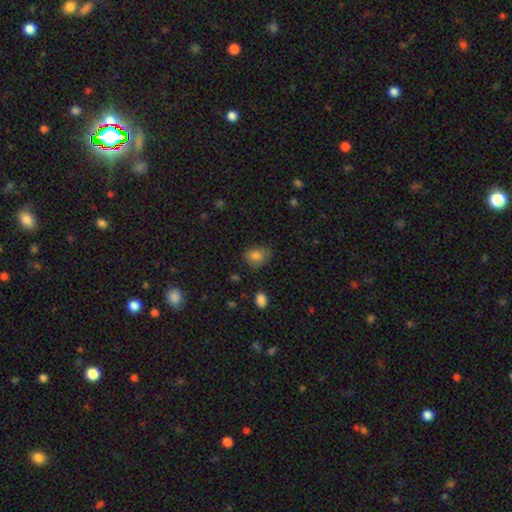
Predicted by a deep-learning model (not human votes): smooth_or_featured: smooth (p=0.80) [alt: featured or disk p=0.10]
how_rounded: in between (p=0.59) [alt: round p=0.40]
merging: none (p=0.66) [alt: minor disturbance p=0.26]